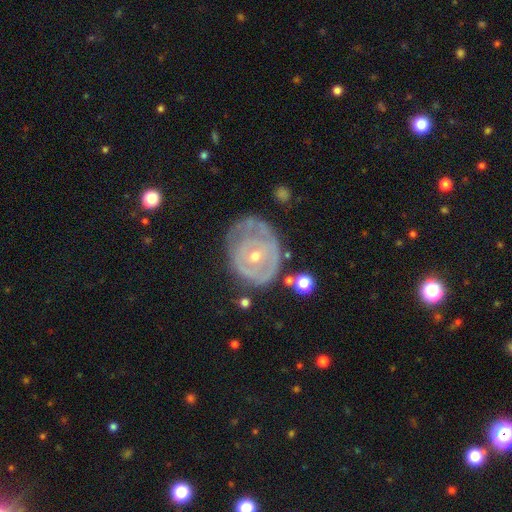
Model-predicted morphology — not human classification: type=featured or disk (74%); edge-on=no (97%); bar=no (76%); spiral arms=yes (60%); bulge=small (57%); merging=none (45%).